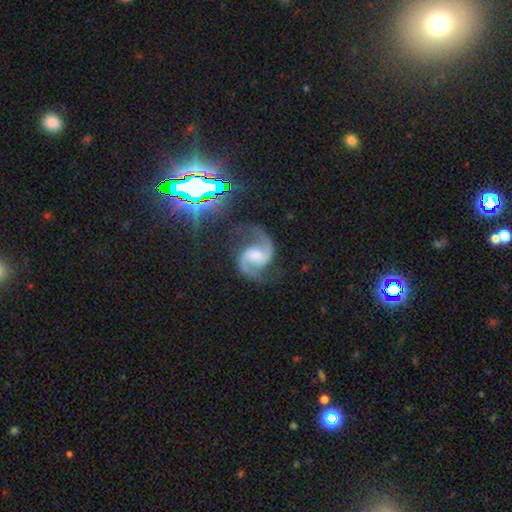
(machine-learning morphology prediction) The model was most divided on "bar" (2-way tie): no: 43%, weak: 43%, strong: 14%. Remaining: edge-on disk — no (98%); spiral arms — yes (98%); spiral arm count — 2 (94%); smooth or featured — featured or disk (92%); merging — none (74%); spiral winding — medium (55%); bulge size — moderate (39%).